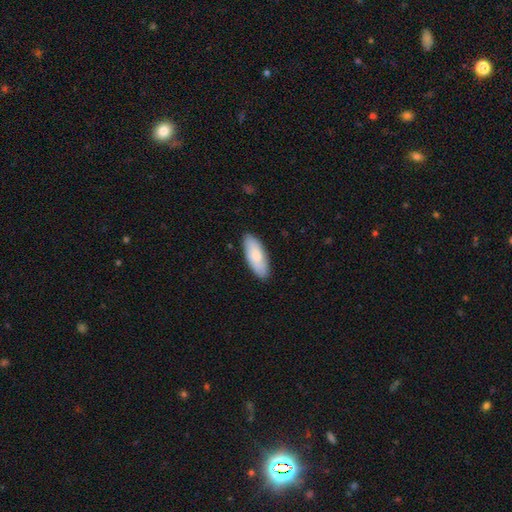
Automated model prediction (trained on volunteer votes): Smooth or featured?
  - smooth: 76% *
  - featured or disk: 19%
  - star or artifact: 5%
How rounded?
  - in between: 78% *
  - cigar-shaped: 20%
  - round: 2%
Merging?
  - none: 86% *
  - minor disturbance: 11%
  - major disturbance: 2%
  - merger: 1%